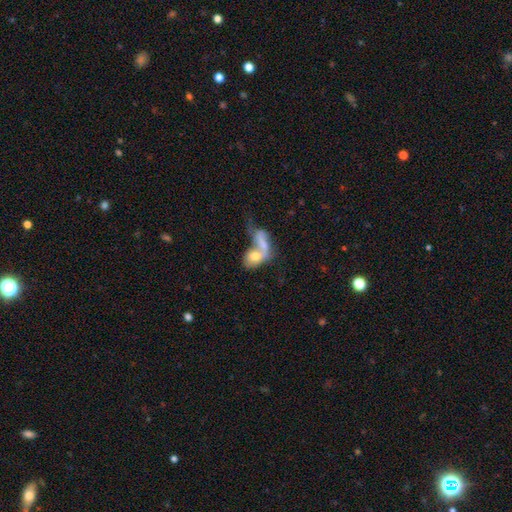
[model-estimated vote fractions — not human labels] Morphology: type=smooth (61%); roundness=in between (78%); merging=merger (75%).